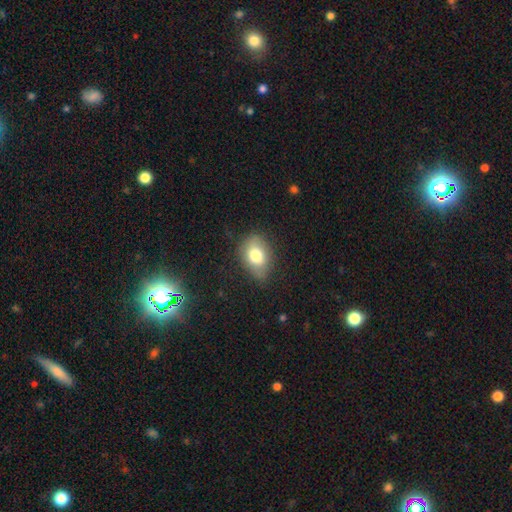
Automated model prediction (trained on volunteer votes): Smooth or featured? smooth (75%)
How rounded? in between (78%)
Merging? none (69%)